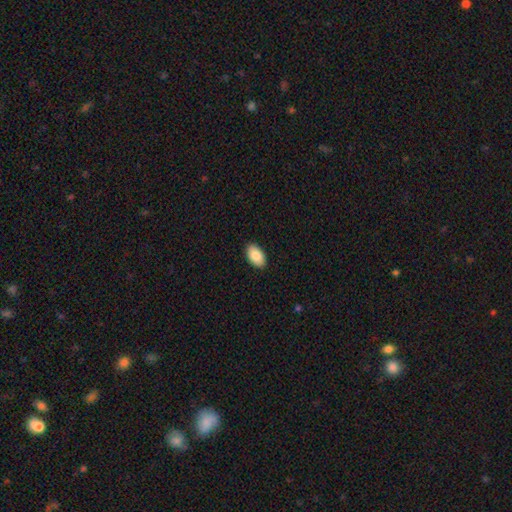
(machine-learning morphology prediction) smooth_or_featured: smooth (p=0.88) [alt: star or artifact p=0.06]
how_rounded: in between (p=0.94) [alt: round p=0.04]
merging: none (p=0.90) [alt: minor disturbance p=0.07]